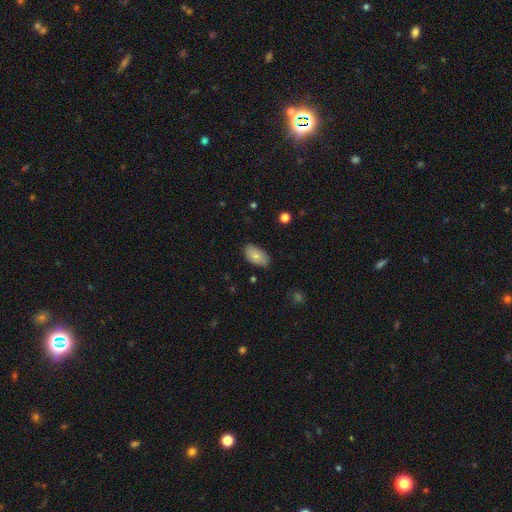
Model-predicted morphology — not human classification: smooth_or_featured: smooth (p=0.82) [alt: featured or disk p=0.11]
how_rounded: in between (p=0.94) [alt: round p=0.04]
merging: none (p=0.80) [alt: minor disturbance p=0.16]